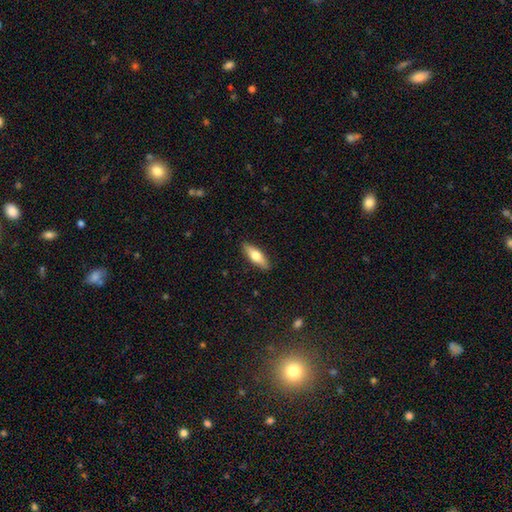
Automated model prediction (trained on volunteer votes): Morphology: type=smooth (65%); roundness=in between (53%); merging=none (89%).